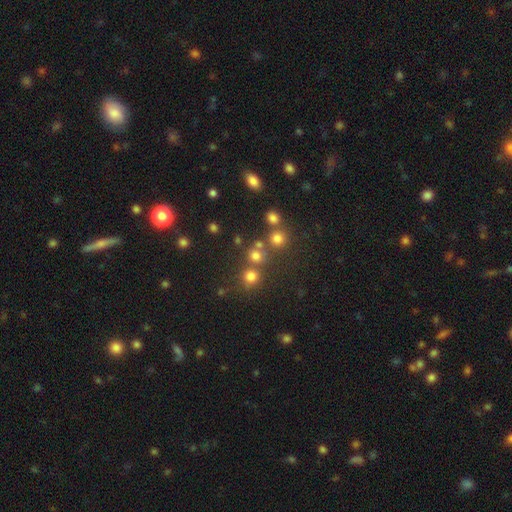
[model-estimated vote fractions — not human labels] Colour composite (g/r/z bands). It shows a smooth galaxy with no disk features (73%) that is round (89%). Merging: none (67%).